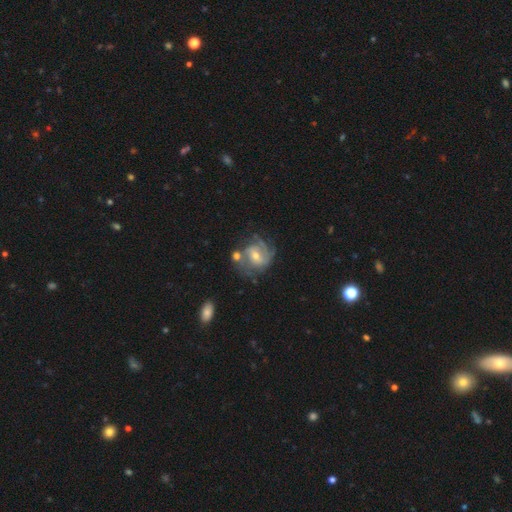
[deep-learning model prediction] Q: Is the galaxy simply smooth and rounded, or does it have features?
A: featured or disk — 74%.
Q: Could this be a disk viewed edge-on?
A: no — 97%.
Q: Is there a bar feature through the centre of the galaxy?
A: weak — 48%.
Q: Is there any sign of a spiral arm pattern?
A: yes — 88%.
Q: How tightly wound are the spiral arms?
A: tight — 46%.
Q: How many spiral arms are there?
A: can't tell — 32%, tied with 2.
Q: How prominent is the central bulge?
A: moderate — 52%.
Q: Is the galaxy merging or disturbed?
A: none — 50%.